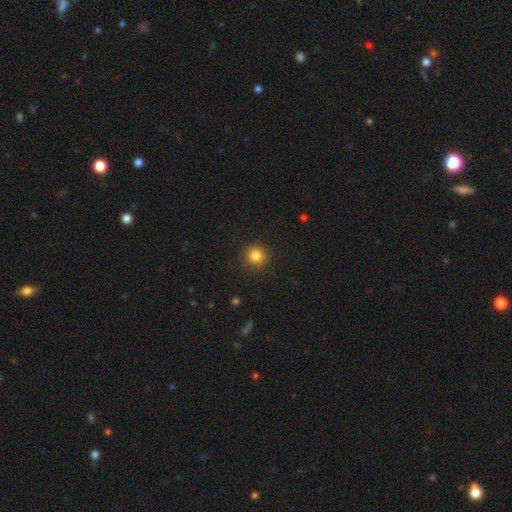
Smooth or featured?
  - smooth: 87% *
  - star or artifact: 8%
  - featured or disk: 5%
How rounded?
  - round: 91% *
  - in between: 9%
  - cigar-shaped: 0%
Merging?
  - none: 97% *
  - minor disturbance: 3%
  - major disturbance: 0%
  - merger: 0%